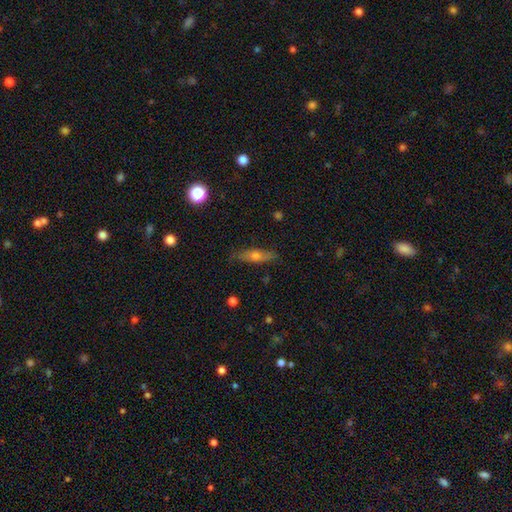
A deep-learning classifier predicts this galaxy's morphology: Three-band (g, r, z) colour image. It shows a featured or disk galaxy (48%). Merging: none (85%).